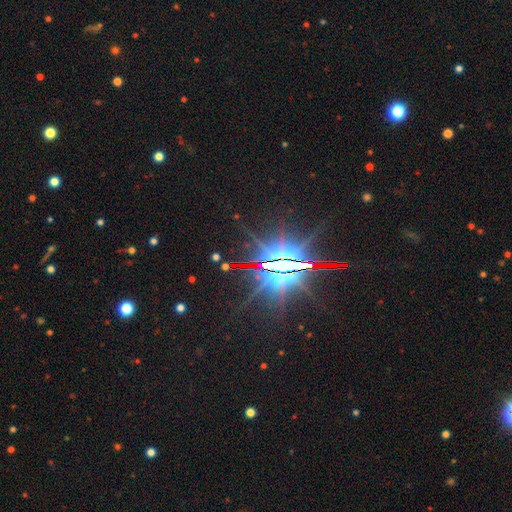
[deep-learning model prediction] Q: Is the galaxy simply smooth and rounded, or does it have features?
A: star or artifact — 84%.